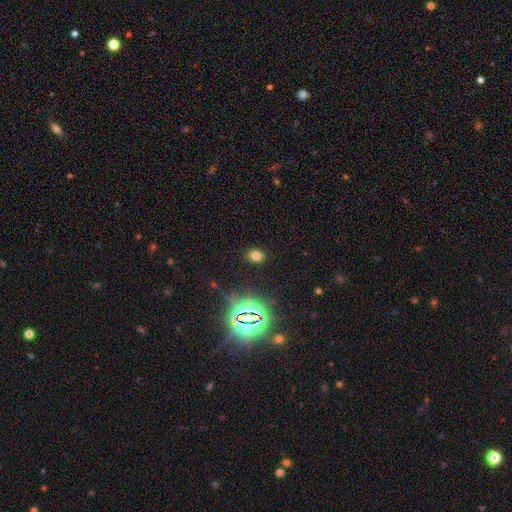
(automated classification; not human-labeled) Overall: smooth (67%). How rounded: in between (60%; round 38%). Merging: none (87%).